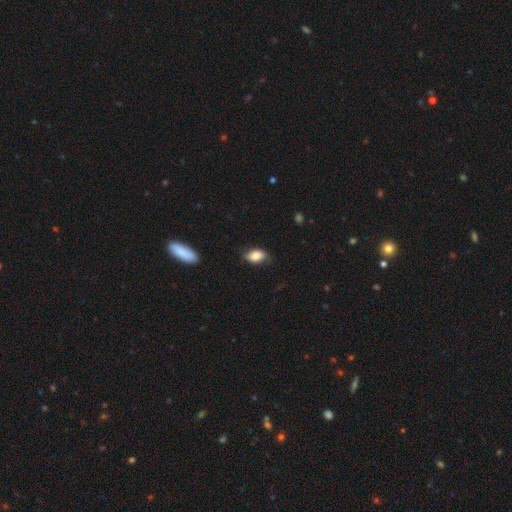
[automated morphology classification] type=smooth (84%); roundness=in between (88%); merging=none (75%).